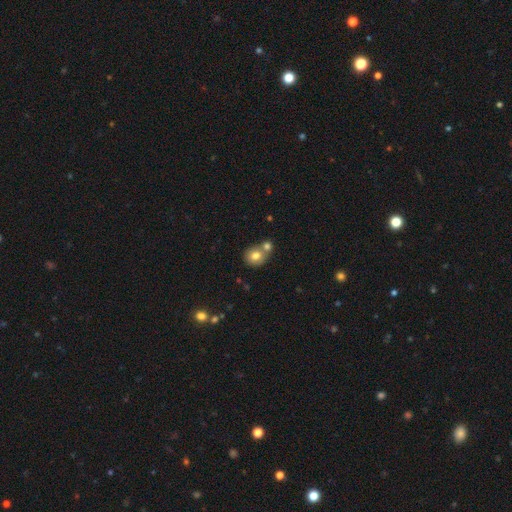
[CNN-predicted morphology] A smooth galaxy with no disk features (77%) that is round (75%).

Vote fractions:
- Smooth or featured? smooth: 77% / featured or disk: 13% / star or artifact: 10%
- How rounded? round: 75% / in between: 24% / cigar-shaped: 1%
- Merging? merger: 46% / none: 43% / minor disturbance: 8% / major disturbance: 3%